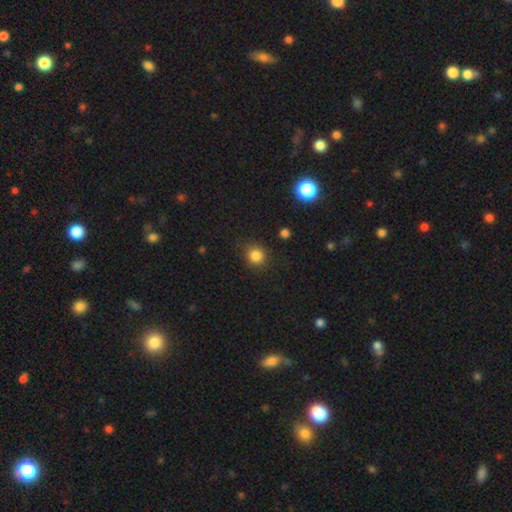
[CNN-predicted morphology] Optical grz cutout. It shows a smooth galaxy with no disk features (84%) that is round (88%). Merging: none (85%).